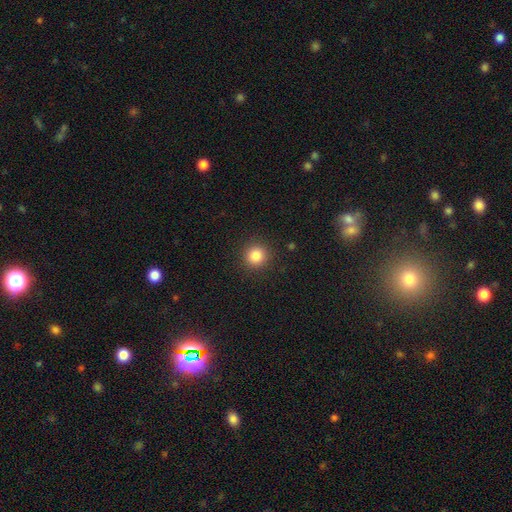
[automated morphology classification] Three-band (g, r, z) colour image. It shows a smooth galaxy with no disk features (84%) that is round (93%). Merging: none (91%).